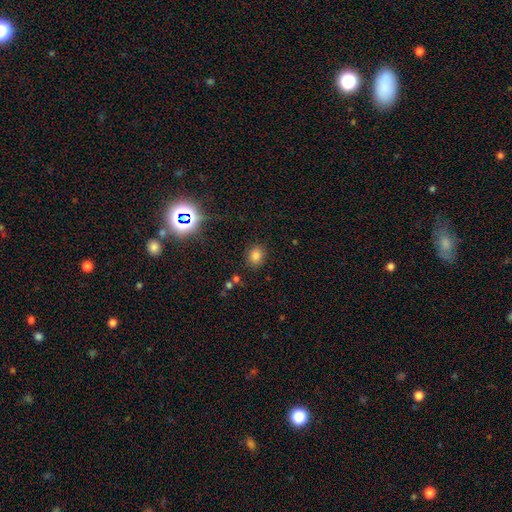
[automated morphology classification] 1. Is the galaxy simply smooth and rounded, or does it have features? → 77% smooth, 17% star or artifact, 6% featured or disk.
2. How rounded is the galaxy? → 66% round, 33% in between, 1% cigar-shaped.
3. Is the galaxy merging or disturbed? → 84% none, 10% minor disturbance, 3% major disturbance, 3% merger.